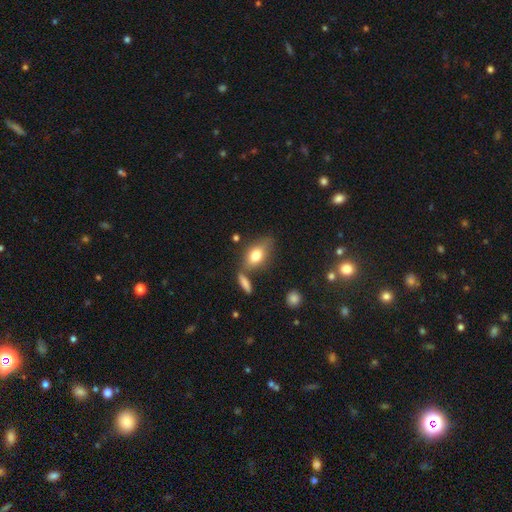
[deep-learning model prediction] This appears to be a smooth galaxy with no disk features (73%) that is in between round and cigar-shaped (84%). Merging: none (61%).